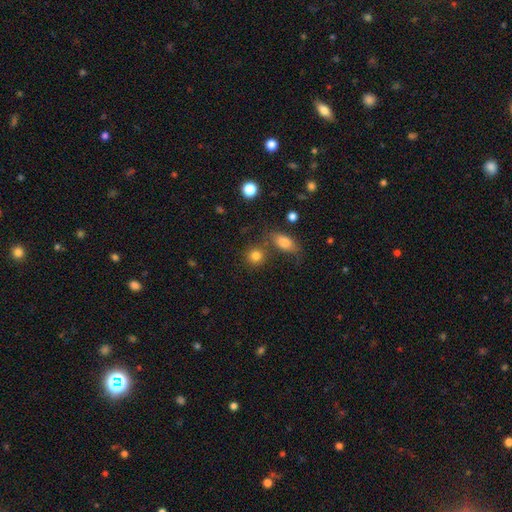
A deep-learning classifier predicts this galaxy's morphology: smooth_or_featured: smooth (p=0.82) [alt: star or artifact p=0.11]
how_rounded: round (p=0.83) [alt: in between p=0.16]
merging: none (p=0.70) [alt: merger p=0.16]